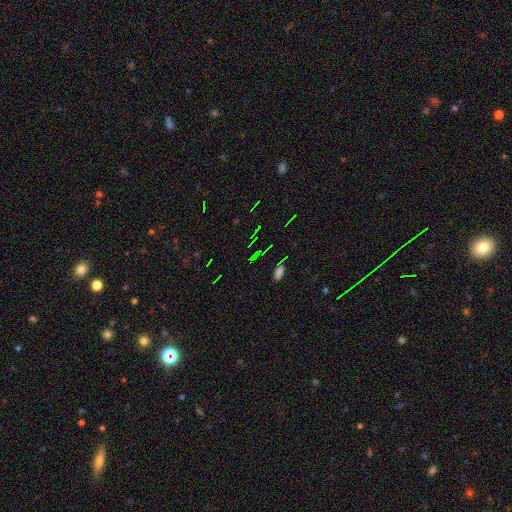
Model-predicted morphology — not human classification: smooth_or_featured: star or artifact (p=0.58) [alt: smooth p=0.33]